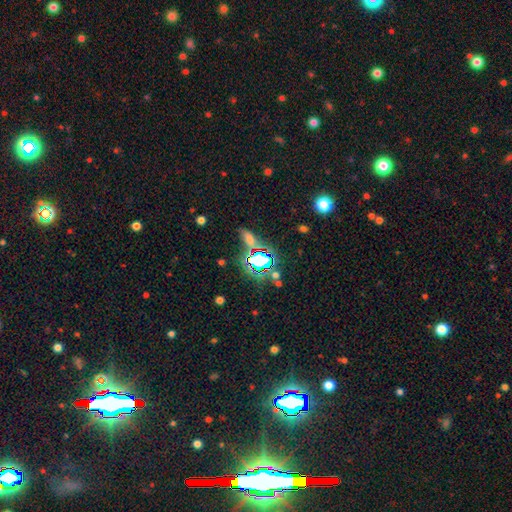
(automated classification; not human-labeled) This is possibly a star or artifact rather than a galaxy (56%).